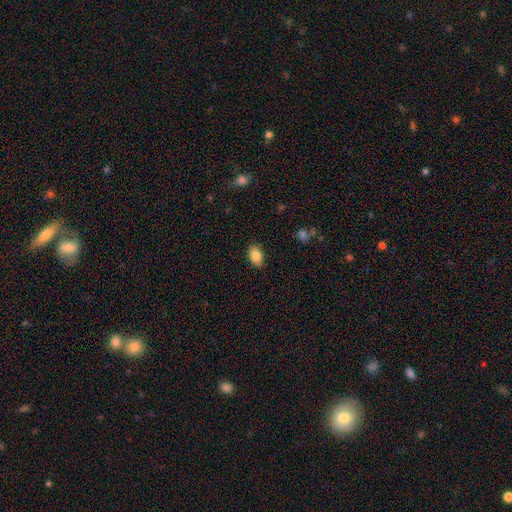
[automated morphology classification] A smooth galaxy with no disk features (85%) that is in between round and cigar-shaped (91%).

Vote fractions:
- Smooth or featured? smooth: 85% / featured or disk: 8% / star or artifact: 7%
- How rounded? in between: 91% / round: 7% / cigar-shaped: 2%
- Merging? none: 87% / minor disturbance: 9% / major disturbance: 2% / merger: 1%